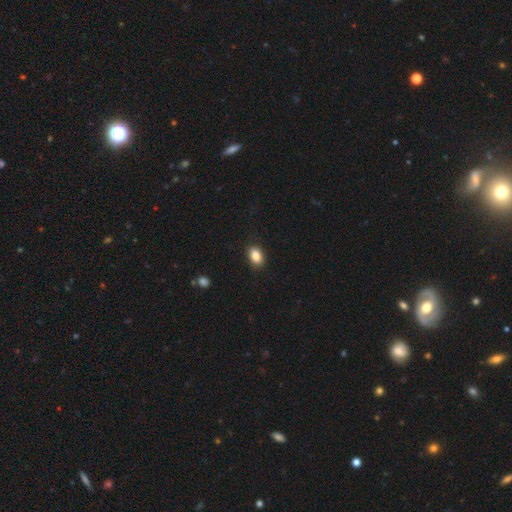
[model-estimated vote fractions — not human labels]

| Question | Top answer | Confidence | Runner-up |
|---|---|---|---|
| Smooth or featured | smooth | 87% | star or artifact (8%) |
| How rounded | in between | 87% | round (11%) |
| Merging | none | 87% | minor disturbance (10%) |